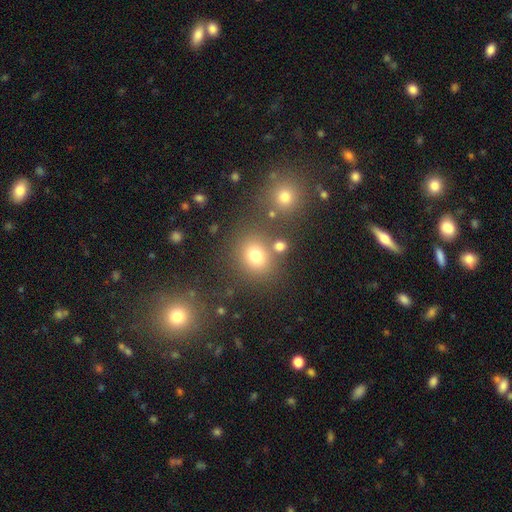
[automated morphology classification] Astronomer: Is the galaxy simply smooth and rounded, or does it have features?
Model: smooth — 75%.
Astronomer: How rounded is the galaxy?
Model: round — 75%.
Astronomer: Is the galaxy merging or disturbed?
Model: none — 72%.